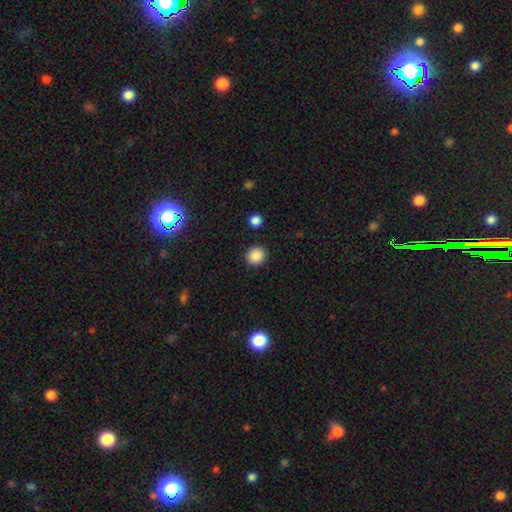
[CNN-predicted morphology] This appears to be a smooth galaxy with no disk features (87%) that is round (88%). Merging: none (91%).